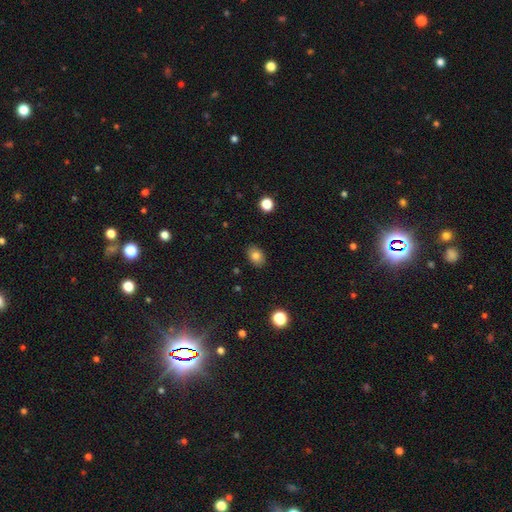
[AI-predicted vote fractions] A smooth galaxy with no disk features (82%) that is in between round and cigar-shaped (72%).

Vote fractions:
- Smooth or featured? smooth: 82% / star or artifact: 10% / featured or disk: 8%
- How rounded? in between: 72% / round: 27% / cigar-shaped: 1%
- Merging? none: 87% / minor disturbance: 9% / major disturbance: 2% / merger: 1%